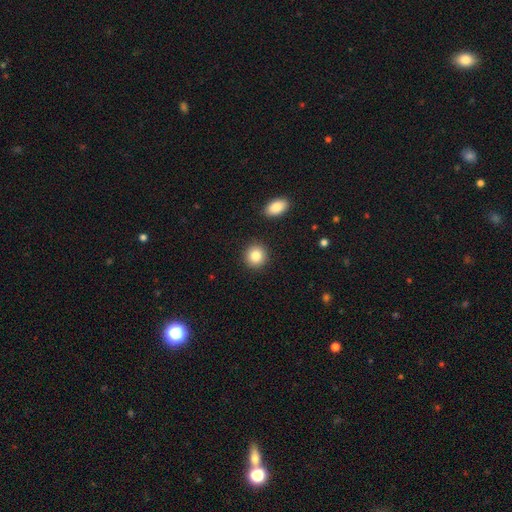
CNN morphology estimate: smooth 84%, star or artifact 9%, featured or disk 7%. Down the decision tree: how rounded — round (89%); merging — none (90%).